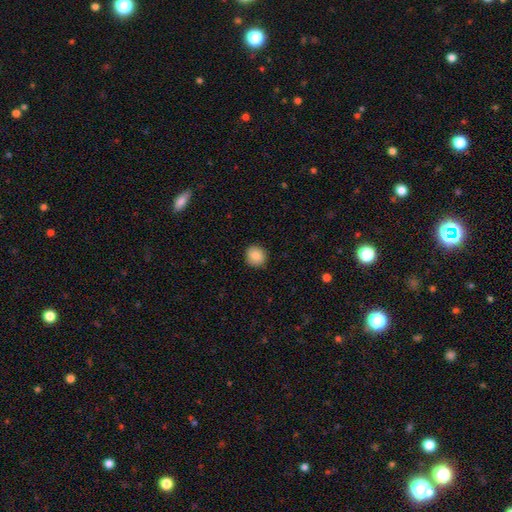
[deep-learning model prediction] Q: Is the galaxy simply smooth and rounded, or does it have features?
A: smooth — 87%.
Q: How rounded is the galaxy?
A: round — 87%.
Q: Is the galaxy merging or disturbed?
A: none — 91%.